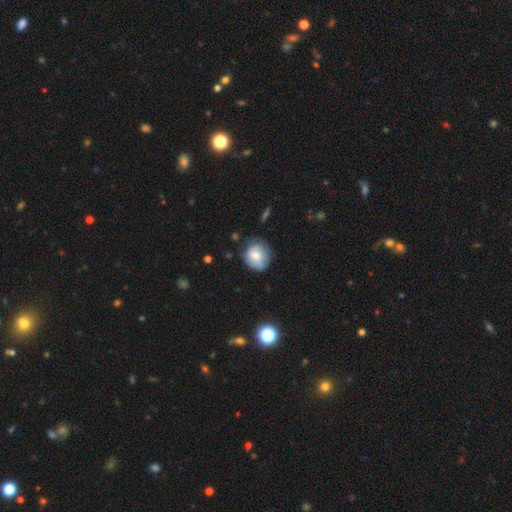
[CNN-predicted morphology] A smooth galaxy with no disk features (70%) that is round (78%).

Vote fractions:
- Smooth or featured? smooth: 70% / featured or disk: 22% / star or artifact: 8%
- How rounded? round: 78% / in between: 21% / cigar-shaped: 1%
- Merging? none: 64% / minor disturbance: 27% / major disturbance: 7% / merger: 2%